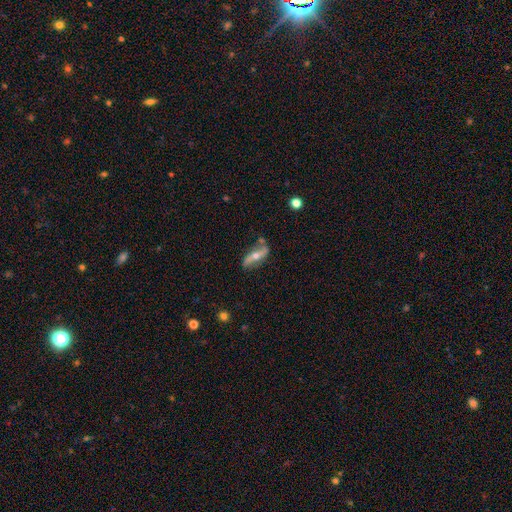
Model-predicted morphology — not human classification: The model was most divided on "edge-on disk": no: 65%, yes: 35%. More confident: merging — none (70%); smooth or featured — featured or disk (68%).